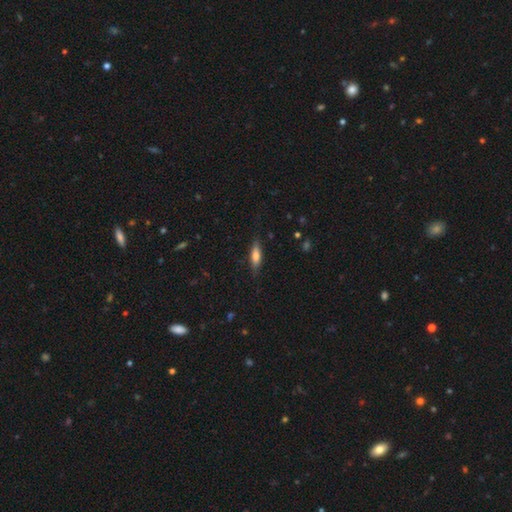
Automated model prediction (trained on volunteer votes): smooth 69%, featured or disk 24%, star or artifact 7%. Down the decision tree: how rounded — cigar-shaped (56%); merging — none (81%).